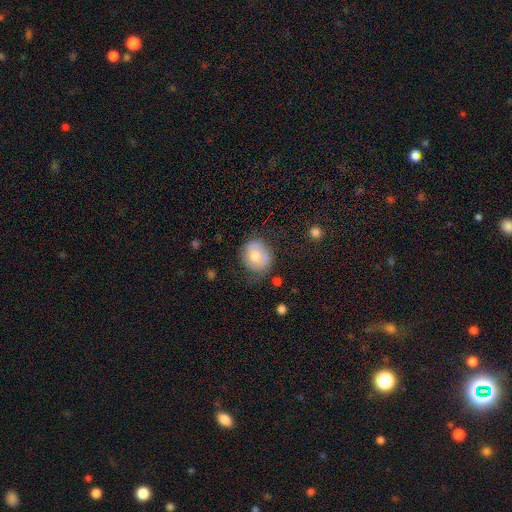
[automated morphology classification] Smooth or featured? Predicted: smooth (p=0.65). How rounded? Predicted: round (p=0.75). Merging? Predicted: none (p=0.62).